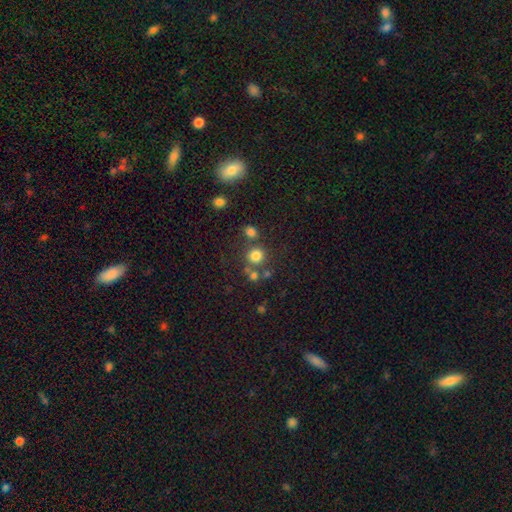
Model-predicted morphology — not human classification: This is likely a smooth galaxy (76%). How rounded: clearly round (88%). Merging: likely none (68%).